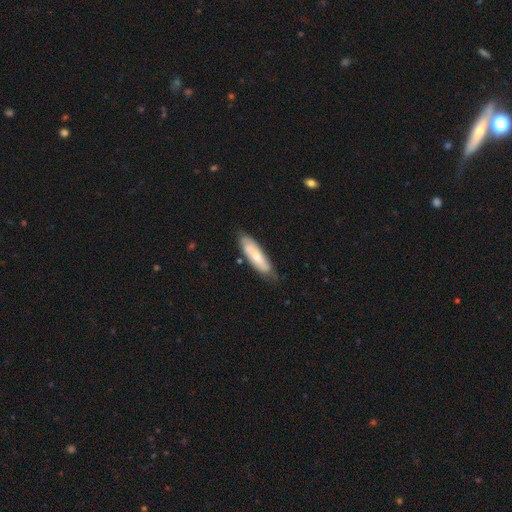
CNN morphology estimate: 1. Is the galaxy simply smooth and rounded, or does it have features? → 59% smooth, 36% featured or disk, 6% star or artifact.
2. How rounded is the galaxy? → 53% cigar-shaped, 46% in between, 2% round.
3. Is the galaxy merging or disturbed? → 70% none, 23% minor disturbance, 5% major disturbance, 3% merger.